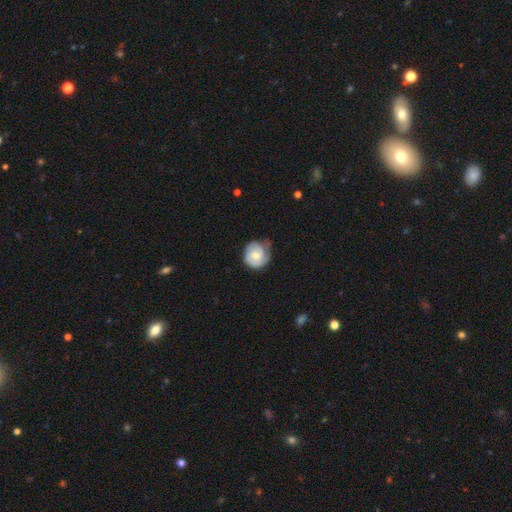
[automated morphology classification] A featured or disk galaxy (55%) with no bar (72%), spiral arms (86%) and a moderate central bulge (52%). Merging: none (52%).